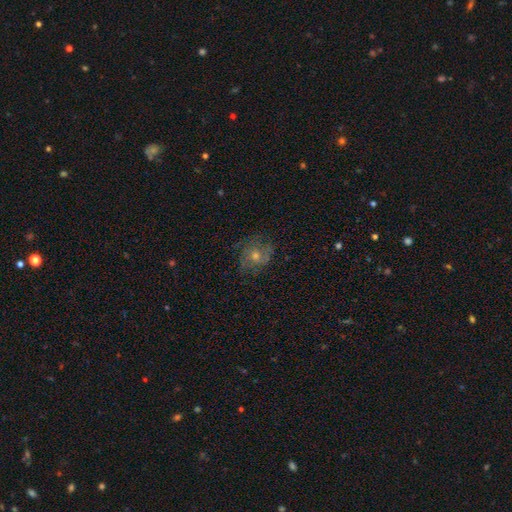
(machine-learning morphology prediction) Smooth or featured? Predicted: featured or disk (p=0.53). Edge-on disk? Predicted: no (p=0.96). Bar? Predicted: no (p=0.79). Spiral arms? Predicted: yes (p=0.78). Bulge size? Predicted: moderate (p=0.62). Merging? Predicted: none (p=0.74).